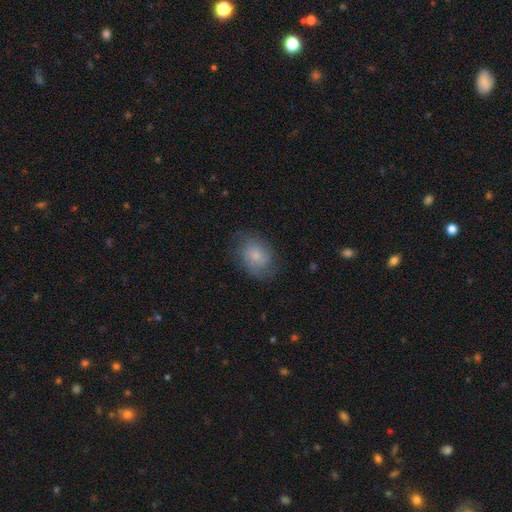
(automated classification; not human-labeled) smooth_or_featured: smooth (p=0.65) [alt: featured or disk p=0.27]
how_rounded: in between (p=0.64) [alt: round p=0.35]
merging: none (p=0.70) [alt: minor disturbance p=0.21]